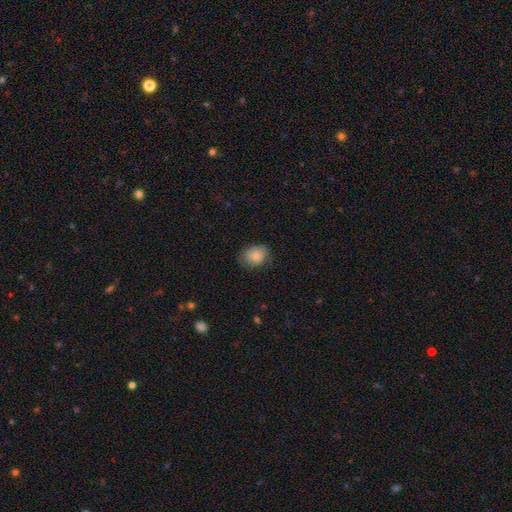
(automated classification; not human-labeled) This is clearly a smooth galaxy (83%). How rounded: possibly in between (57%). Merging: likely none (70%).